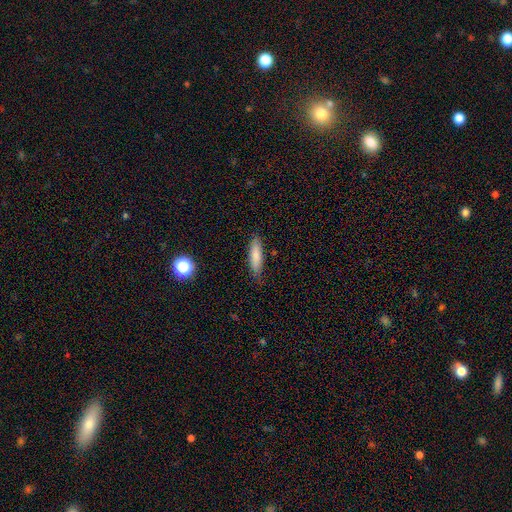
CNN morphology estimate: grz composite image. It shows a smooth galaxy with no disk features (81%) that is cigar-shaped (69%). Merging: none (81%).